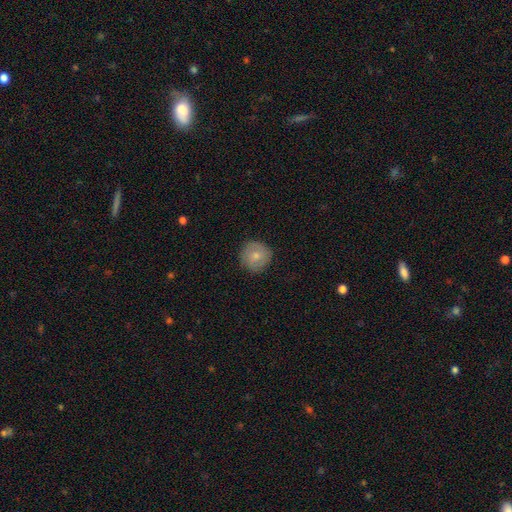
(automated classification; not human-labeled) Smooth or featured? Predicted: smooth (p=0.74). How rounded? Predicted: round (p=0.93). Merging? Predicted: none (p=0.84).